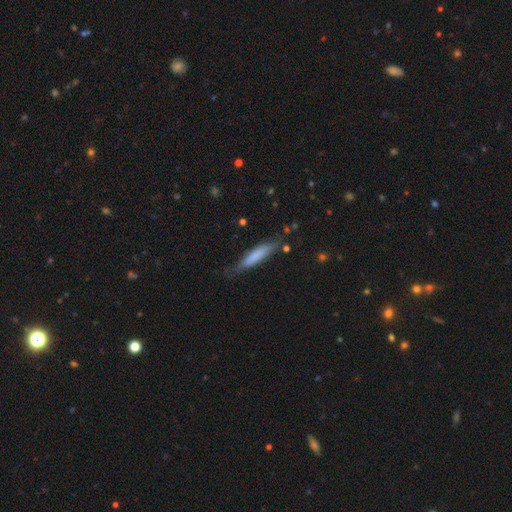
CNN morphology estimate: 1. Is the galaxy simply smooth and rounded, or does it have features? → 73% smooth, 22% featured or disk, 6% star or artifact.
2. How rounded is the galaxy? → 83% cigar-shaped, 15% in between, 1% round.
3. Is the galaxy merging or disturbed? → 71% none, 22% minor disturbance, 5% major disturbance, 2% merger.